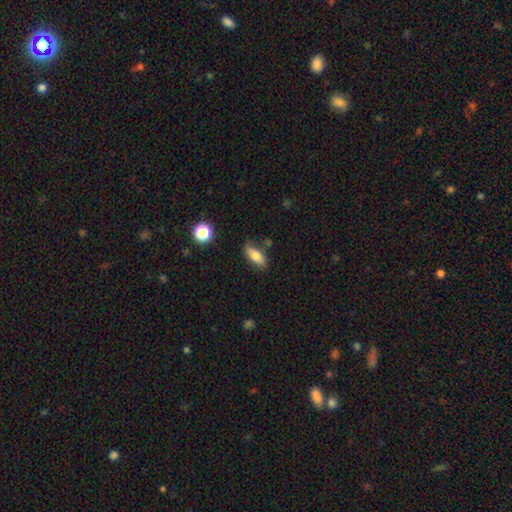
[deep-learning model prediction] This is likely a smooth galaxy (74%). How rounded: likely in between (77%). Merging: likely none (75%).